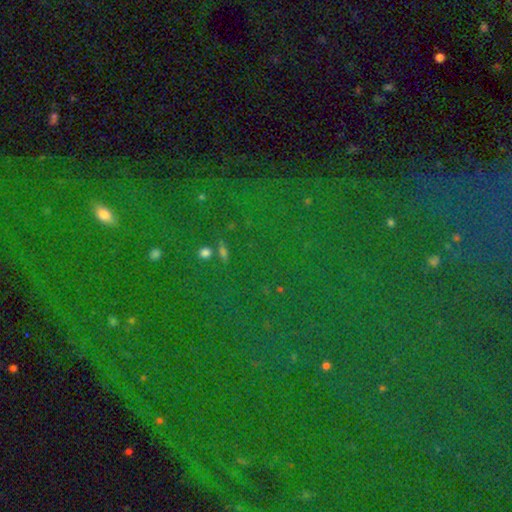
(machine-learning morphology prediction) type=star or artifact (78%).